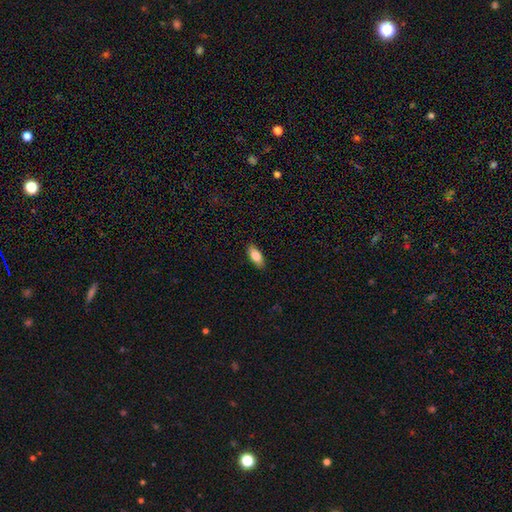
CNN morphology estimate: smooth 81%, featured or disk 13%, star or artifact 6%. Down the decision tree: how rounded — in between (80%); merging — none (88%).